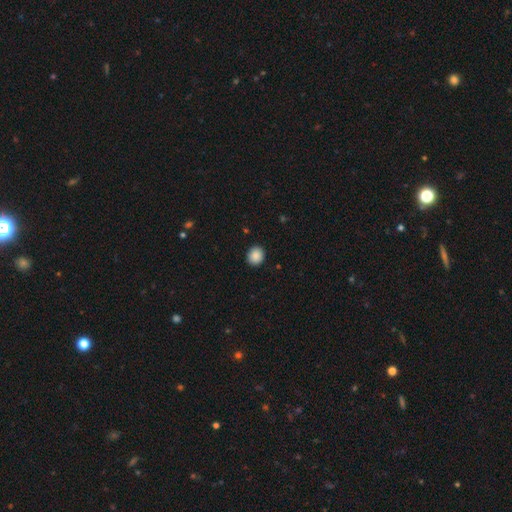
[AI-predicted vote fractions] This is clearly a smooth galaxy (88%). How rounded: clearly round (81%). Merging: clearly none (91%).